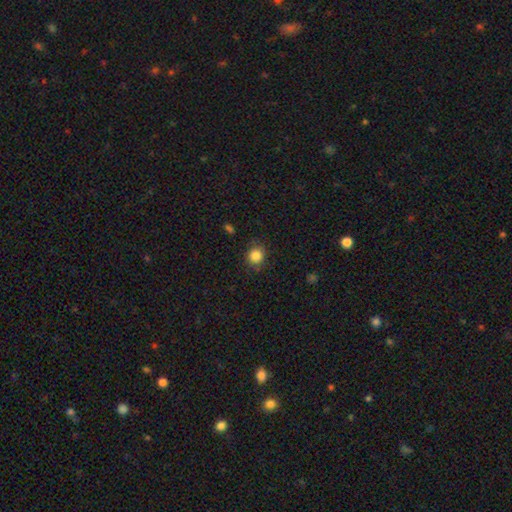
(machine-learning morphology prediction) type=smooth (85%); roundness=round (83%); merging=none (83%).